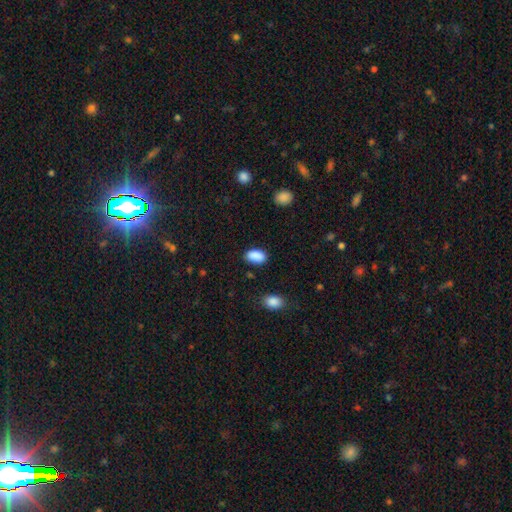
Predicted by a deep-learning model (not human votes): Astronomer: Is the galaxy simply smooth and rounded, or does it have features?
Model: smooth — 89%.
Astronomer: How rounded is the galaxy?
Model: in between — 93%.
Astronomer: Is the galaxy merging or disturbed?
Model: none — 82%.